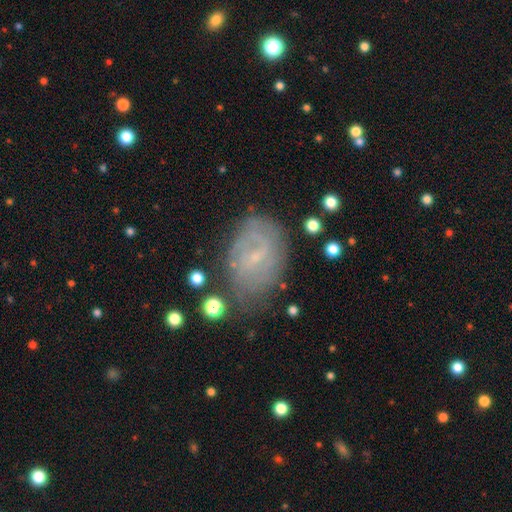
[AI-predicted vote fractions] Q: Smooth or featured?
A: featured or disk (65%); runner-up: smooth (25%)
Q: Edge-on disk?
A: no (96%); runner-up: yes (4%)
Q: Bar?
A: weak (54%); runner-up: no (32%)
Q: Spiral arms?
A: yes (76%); runner-up: no (24%)
Q: Bulge size?
A: small (78%); runner-up: moderate (11%)
Q: Merging?
A: none (66%); runner-up: minor disturbance (22%)